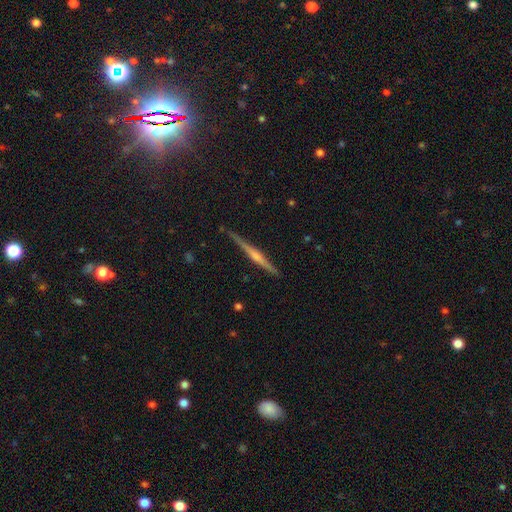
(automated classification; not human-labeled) featured or disk 77%, smooth 17%, star or artifact 6%. Down the decision tree: edge-on disk — yes (98%); edge-on bulge — rounded (70%); merging — none (88%).